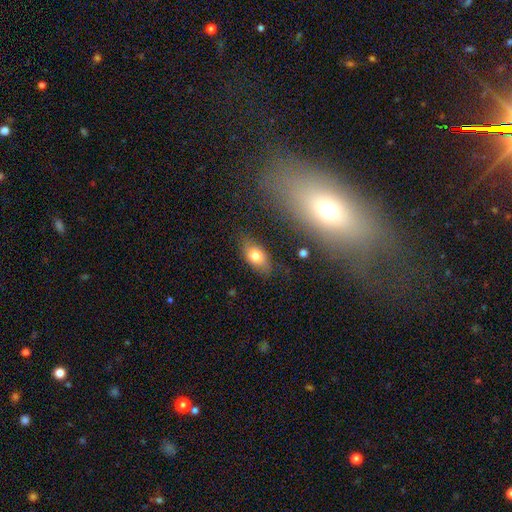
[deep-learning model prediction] This appears to be a smooth galaxy with no disk features (76%) that is in between round and cigar-shaped (86%). Merging: none (76%).